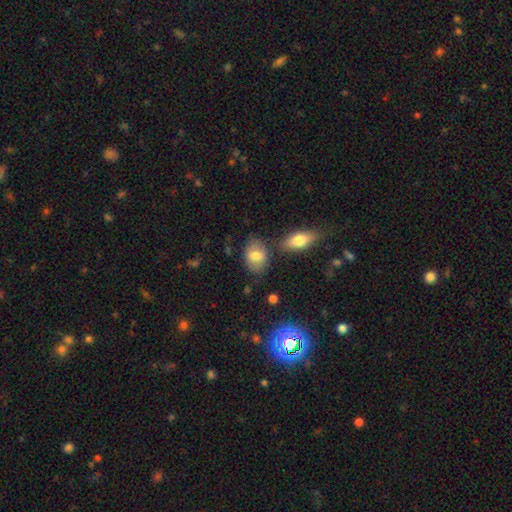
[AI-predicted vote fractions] Q: Smooth or featured?
A: smooth (77%); runner-up: featured or disk (16%)
Q: How rounded?
A: in between (80%); runner-up: round (18%)
Q: Merging?
A: none (71%); runner-up: minor disturbance (16%)